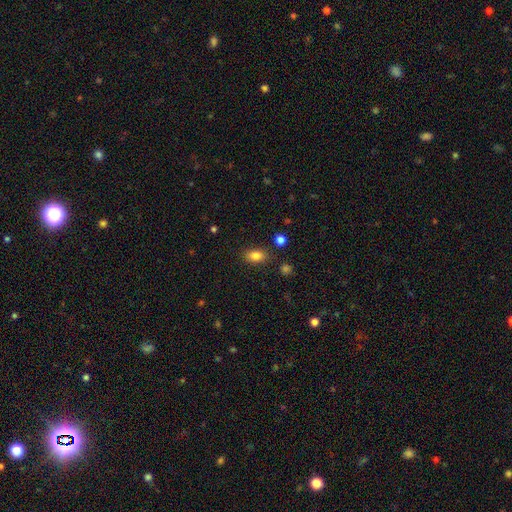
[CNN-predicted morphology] type=smooth (83%); roundness=in between (84%); merging=none (82%).